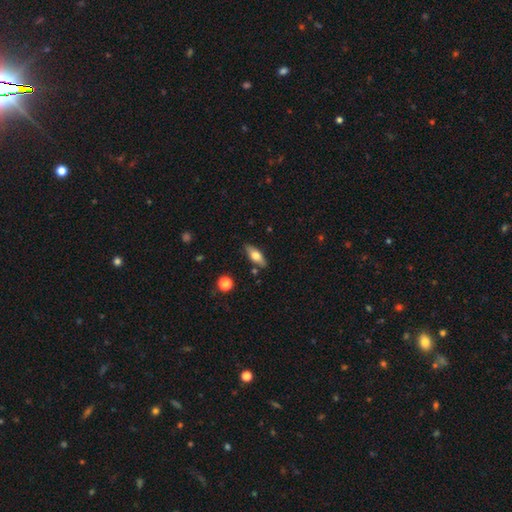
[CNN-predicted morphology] Smooth or featured?
  - smooth: 64% *
  - featured or disk: 30%
  - star or artifact: 7%
How rounded?
  - in between: 69% *
  - cigar-shaped: 27%
  - round: 3%
Merging?
  - none: 82% *
  - minor disturbance: 12%
  - merger: 3%
  - major disturbance: 3%